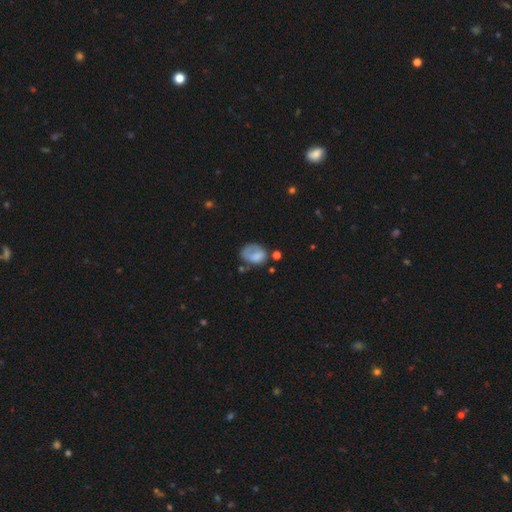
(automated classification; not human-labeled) Smooth or featured? smooth (68%)
How rounded? in between (64%)
Merging? none (37%)